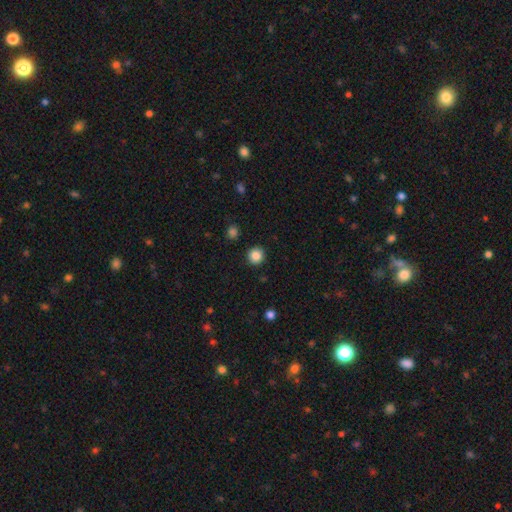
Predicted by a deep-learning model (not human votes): The model was most divided on "smooth or featured": smooth: 86%, star or artifact: 11%, featured or disk: 3%. More confident: how rounded — round (95%); merging — none (91%).